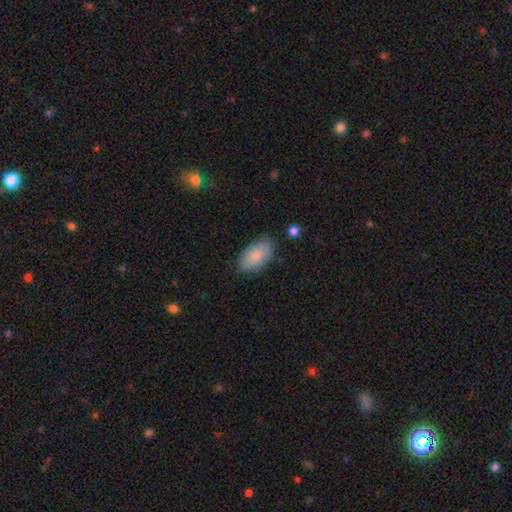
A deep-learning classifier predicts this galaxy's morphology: The model was most divided on "merging": none: 78%, minor disturbance: 17%, major disturbance: 3%, merger: 2%. More confident: how rounded — in between (94%); smooth or featured — smooth (82%).